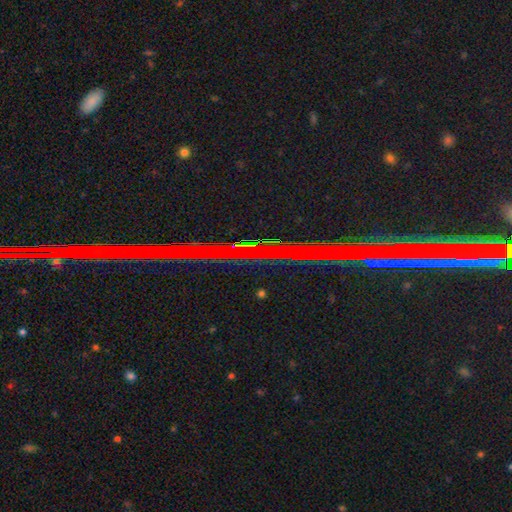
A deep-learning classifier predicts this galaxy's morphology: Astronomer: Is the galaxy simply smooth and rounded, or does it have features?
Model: star or artifact — 79%.